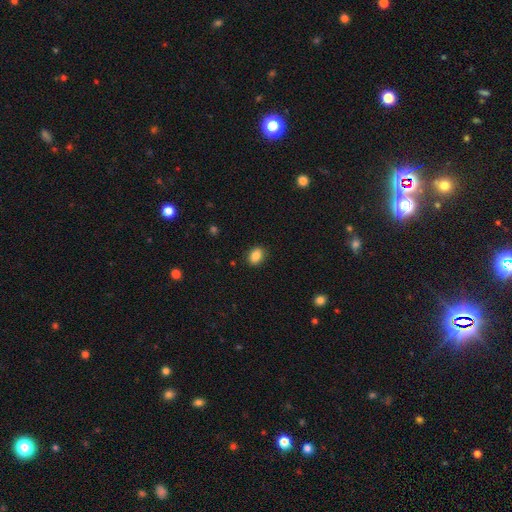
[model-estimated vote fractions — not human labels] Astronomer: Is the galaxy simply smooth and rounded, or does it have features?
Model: smooth — 86%.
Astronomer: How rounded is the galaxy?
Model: in between — 67%.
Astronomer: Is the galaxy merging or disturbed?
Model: none — 89%.